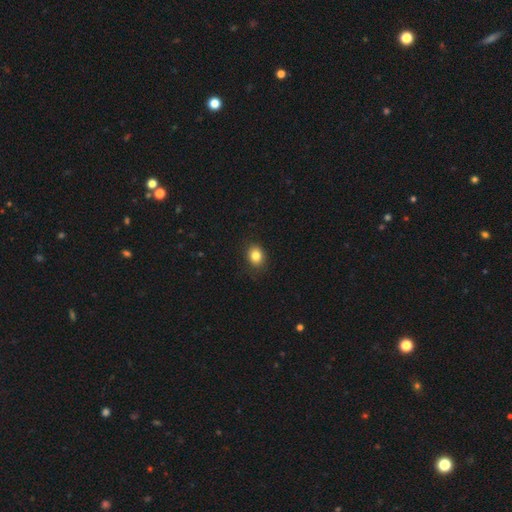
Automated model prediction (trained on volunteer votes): This is clearly a smooth galaxy (83%). How rounded: possibly round (54%). Merging: clearly none (86%).